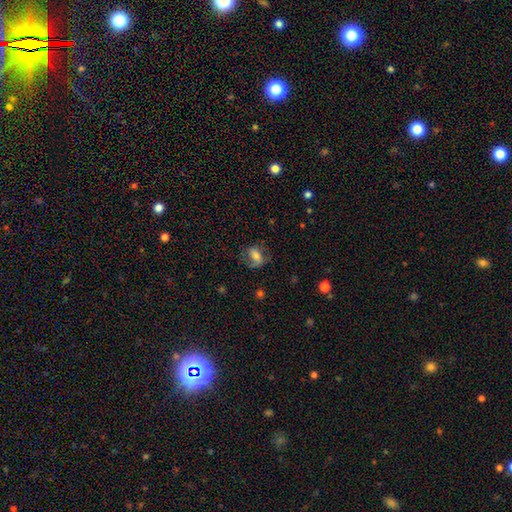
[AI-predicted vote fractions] smooth 55%, featured or disk 35%, star or artifact 10%. Down the decision tree: how rounded — in between (77%); merging — none (53%).